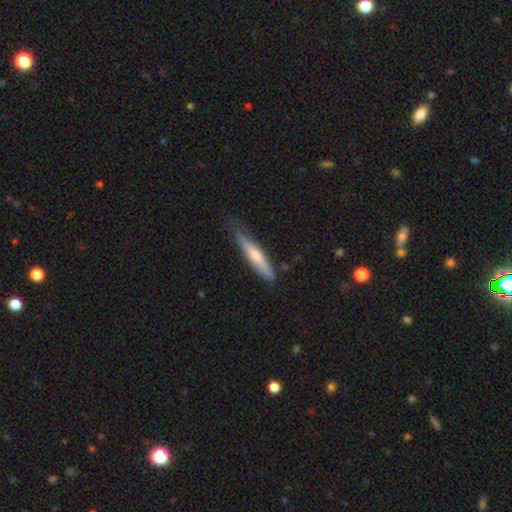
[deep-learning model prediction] Smooth or featured? smooth (59%)
How rounded? cigar-shaped (89%)
Merging? none (66%)